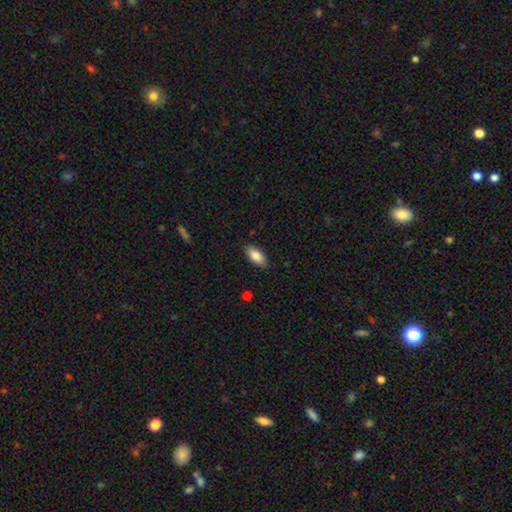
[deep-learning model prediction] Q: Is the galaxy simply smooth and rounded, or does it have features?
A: smooth — 87%.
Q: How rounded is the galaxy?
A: in between — 91%.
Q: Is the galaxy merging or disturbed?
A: none — 86%.